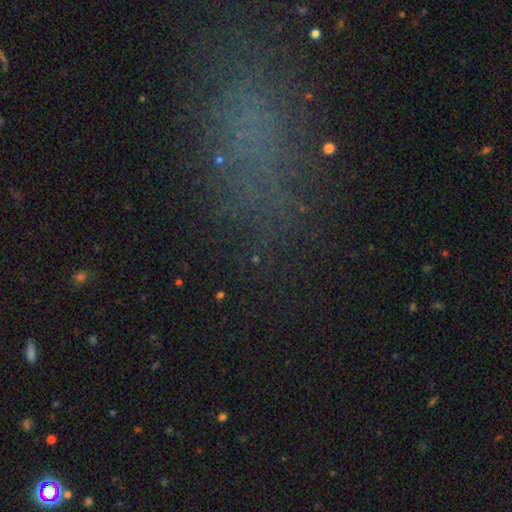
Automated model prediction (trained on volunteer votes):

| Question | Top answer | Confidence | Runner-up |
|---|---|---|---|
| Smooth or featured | star or artifact | 53% | featured or disk (24%) |